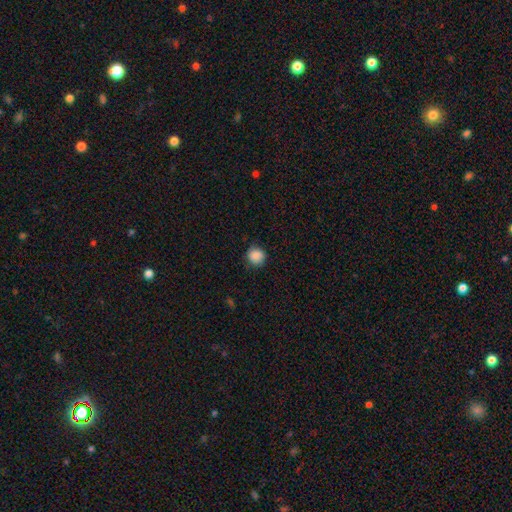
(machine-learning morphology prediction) Smooth or featured? Predicted: smooth (p=0.88). How rounded? Predicted: round (p=0.90). Merging? Predicted: none (p=0.83).